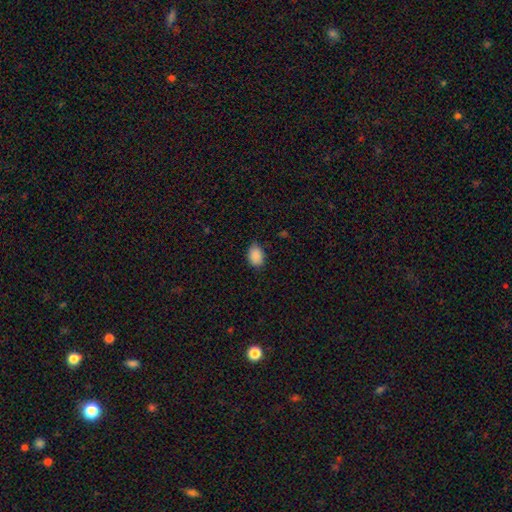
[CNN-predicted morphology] Q: Smooth or featured?
A: smooth (89%); runner-up: star or artifact (8%)
Q: How rounded?
A: in between (82%); runner-up: round (17%)
Q: Merging?
A: none (73%); runner-up: minor disturbance (22%)